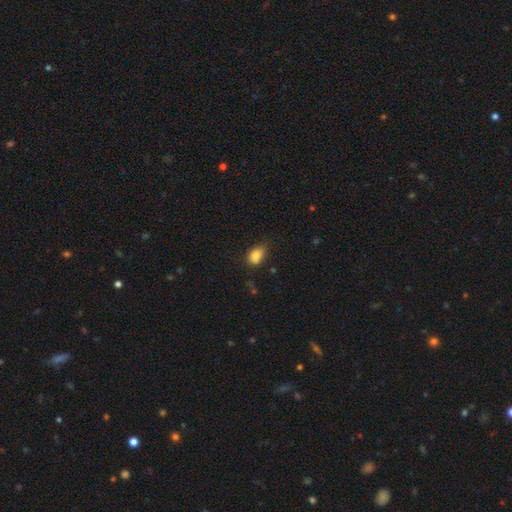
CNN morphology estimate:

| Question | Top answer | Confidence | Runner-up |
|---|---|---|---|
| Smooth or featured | smooth | 83% | star or artifact (9%) |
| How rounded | in between | 74% | round (24%) |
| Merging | none | 58% | minor disturbance (32%) |